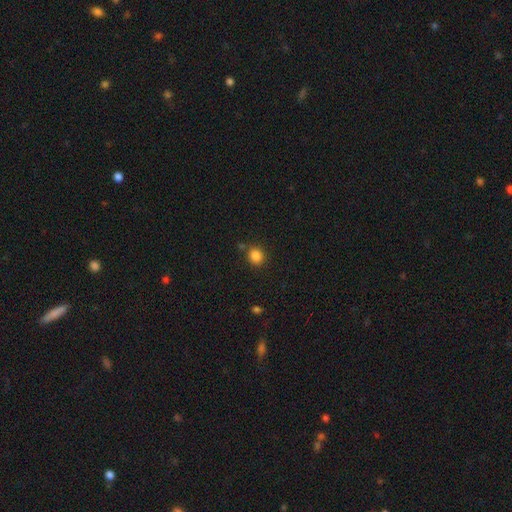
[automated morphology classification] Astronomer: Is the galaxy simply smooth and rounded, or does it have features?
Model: smooth — 85%.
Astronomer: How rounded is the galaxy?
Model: round — 78%.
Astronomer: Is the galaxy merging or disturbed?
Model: none — 79%.